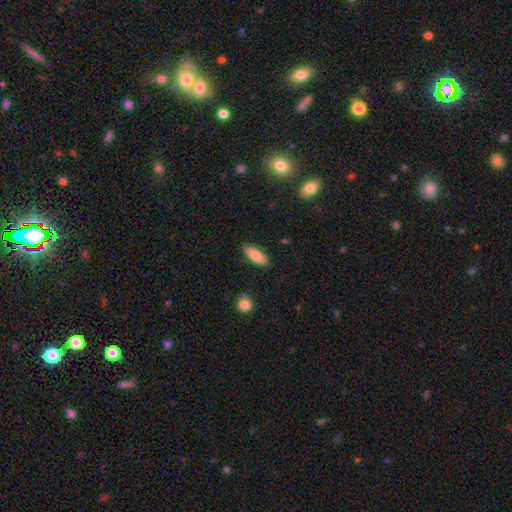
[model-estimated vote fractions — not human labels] Smooth or featured: smooth — 86% (featured or disk — 8%)
How rounded: in between — 60% (cigar-shaped — 38%)
Merging: none — 85% (minor disturbance — 11%)